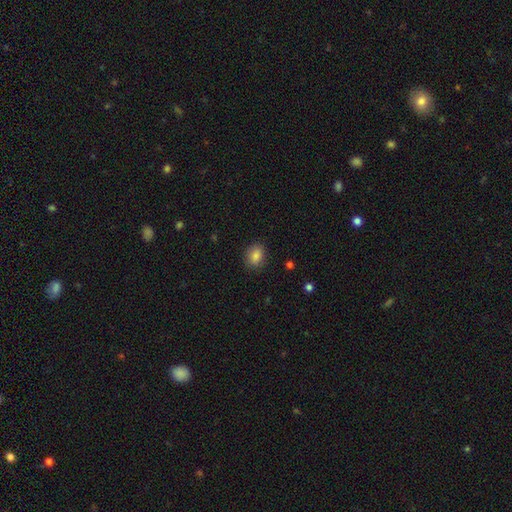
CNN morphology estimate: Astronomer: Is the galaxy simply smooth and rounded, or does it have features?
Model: smooth — 85%.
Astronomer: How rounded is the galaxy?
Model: in between — 59% (runner-up: round, 40%).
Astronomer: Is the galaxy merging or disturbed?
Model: none — 86%.